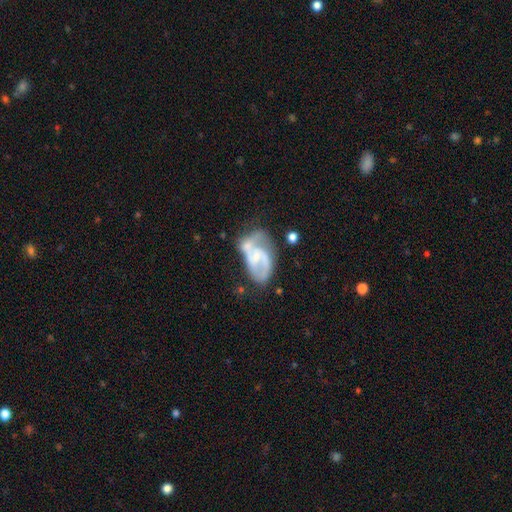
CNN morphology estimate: This appears to be a featured or disk galaxy (77%) with no bar (44%), 2 (67%) medium (47%) spiral arms (83%) and a small central bulge (55%). Merging: none (34%).